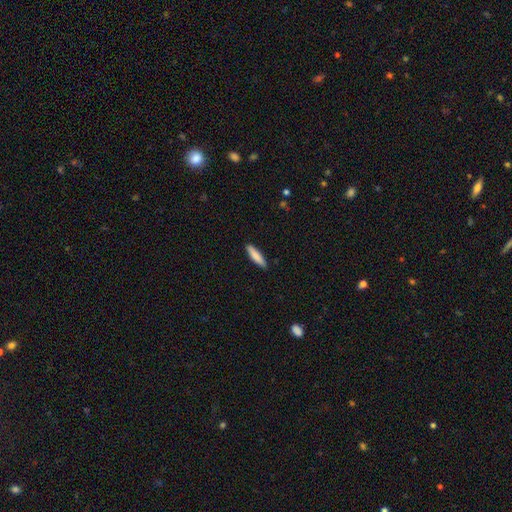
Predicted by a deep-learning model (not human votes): smooth 84%, featured or disk 11%, star or artifact 5%. Down the decision tree: how rounded — cigar-shaped (79%); merging — none (89%).